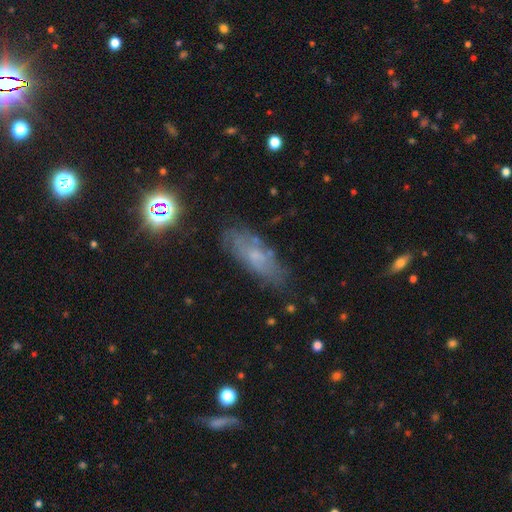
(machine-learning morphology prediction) smooth-or-featured: smooth: 46% | featured or disk: 40% | star or artifact: 14%
  merging: none: 72% | minor disturbance: 19% | major disturbance: 6% | merger: 3%